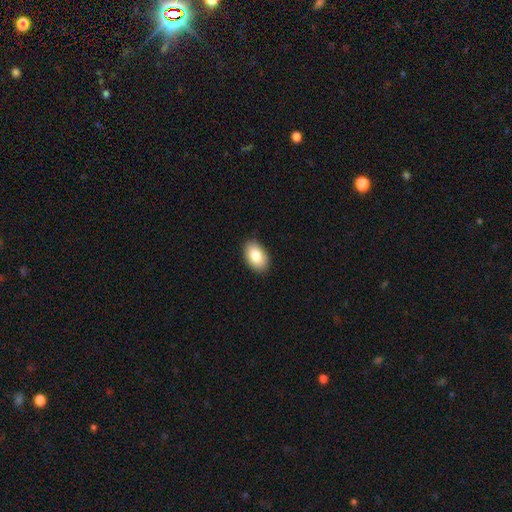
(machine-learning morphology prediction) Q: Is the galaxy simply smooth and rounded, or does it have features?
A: smooth — 84%.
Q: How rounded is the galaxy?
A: in between — 93%.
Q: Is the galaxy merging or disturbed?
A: none — 87%.